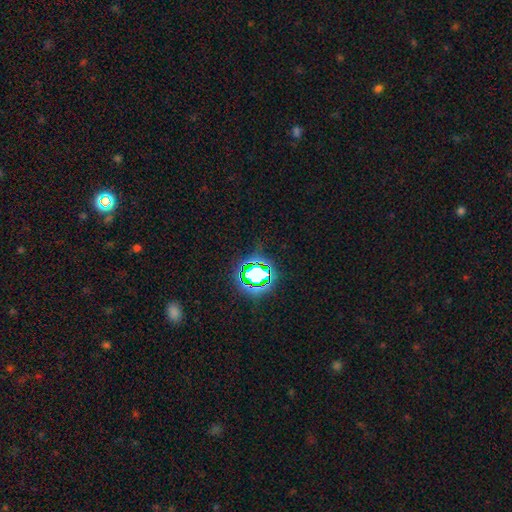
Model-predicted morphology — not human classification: Q: Smooth or featured?
A: star or artifact (78%); runner-up: smooth (14%)